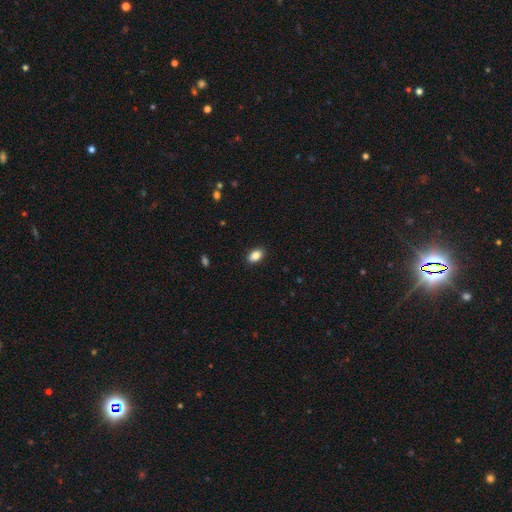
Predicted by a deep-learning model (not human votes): Smooth or featured?
  - smooth: 86% *
  - star or artifact: 8%
  - featured or disk: 6%
How rounded?
  - in between: 88% *
  - round: 10%
  - cigar-shaped: 2%
Merging?
  - none: 89% *
  - minor disturbance: 8%
  - major disturbance: 2%
  - merger: 1%